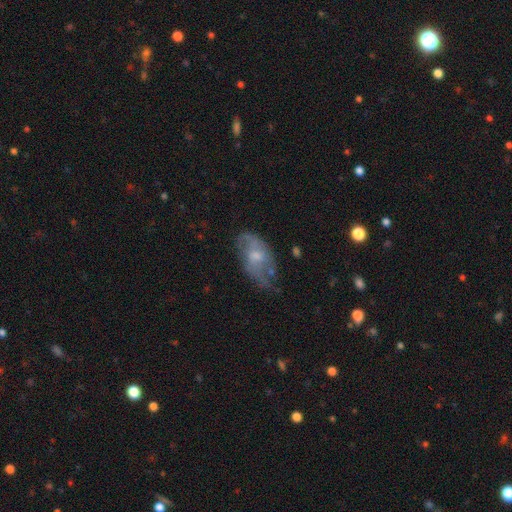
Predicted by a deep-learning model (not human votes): This appears to be a featured or disk galaxy (63%) with no bar (62%), spiral arms (72%) and a moderate central bulge (45%). Merging: none (49%).